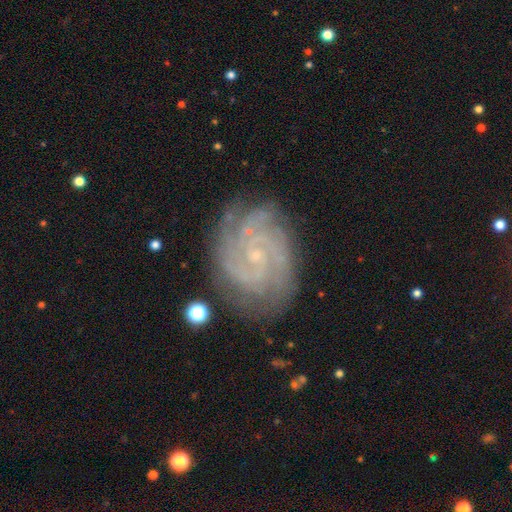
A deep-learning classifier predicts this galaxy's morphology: smooth_or_featured: featured or disk (p=0.87) [alt: star or artifact p=0.07]
disk_edge_on: no (p=0.97) [alt: yes p=0.03]
bar: no (p=0.69) [alt: weak p=0.25]
has_spiral_arms: yes (p=0.98) [alt: no p=0.02]
spiral_winding: tight (p=0.68) [alt: medium p=0.27]
spiral_arm_count: 4 (p=0.25) [alt: 3 p=0.21]
bulge_size: small (p=0.86) [alt: moderate p=0.09]
merging: none (p=0.79) [alt: minor disturbance p=0.15]